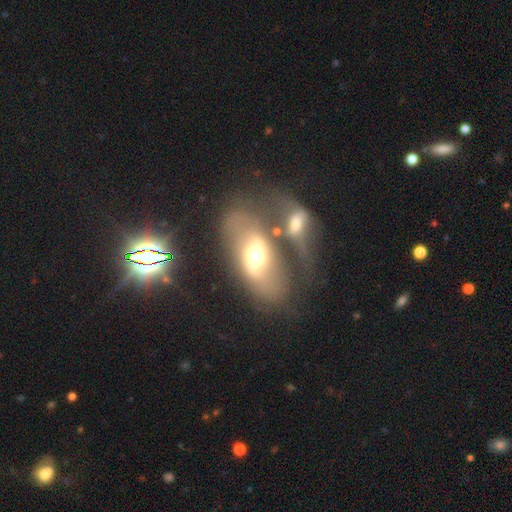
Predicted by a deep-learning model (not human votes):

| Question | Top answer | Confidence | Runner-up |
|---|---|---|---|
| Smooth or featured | featured or disk | 56% | smooth (33%) |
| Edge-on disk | no | 87% | yes (13%) |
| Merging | merger | 37% | none (35%) |